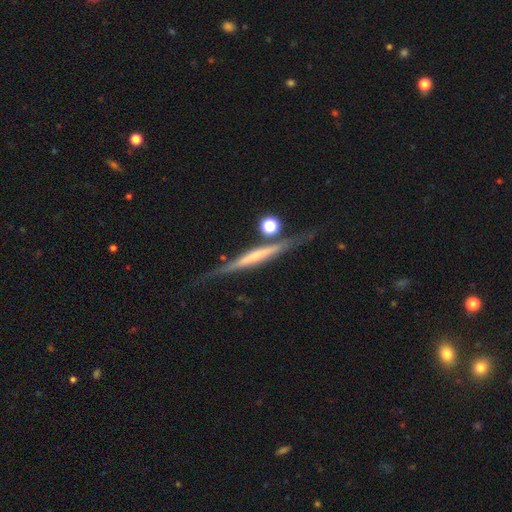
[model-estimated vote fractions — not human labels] smooth-or-featured: featured or disk: 69% | smooth: 25% | star or artifact: 7%
  disk-edge-on: yes: 96% | no: 4%
    edge-on-bulge: none: 53% | rounded: 28% | boxy: 19%
  merging: none: 75% | minor disturbance: 14% | merger: 6% | major disturbance: 4%